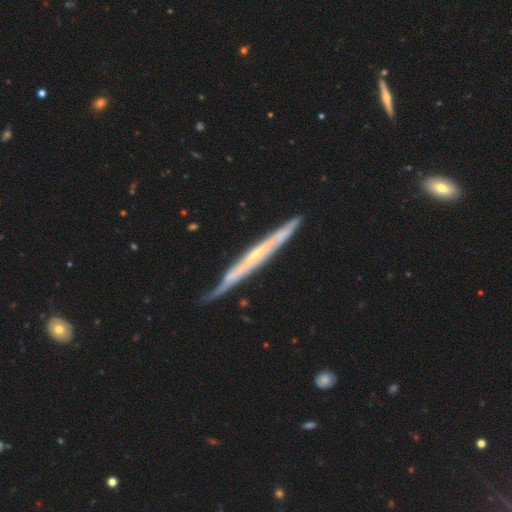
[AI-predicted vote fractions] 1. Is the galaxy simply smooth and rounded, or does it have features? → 76% featured or disk, 19% smooth, 5% star or artifact.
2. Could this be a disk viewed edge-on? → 91% yes, 9% no.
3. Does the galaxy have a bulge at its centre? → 64% none, 31% rounded, 4% boxy.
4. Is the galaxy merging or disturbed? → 74% none, 21% minor disturbance, 3% major disturbance, 2% merger.